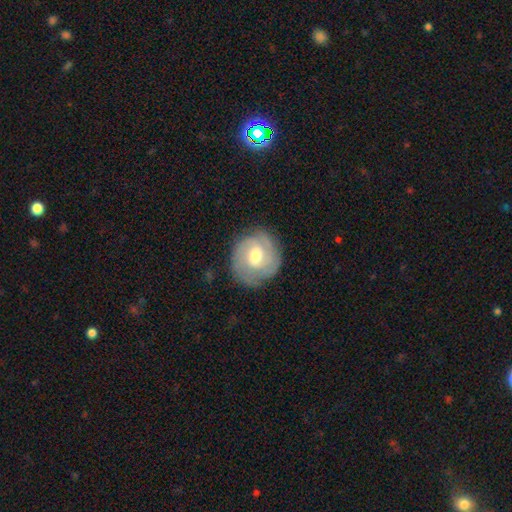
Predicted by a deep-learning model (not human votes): smooth_or_featured: featured or disk (p=0.70) [alt: smooth p=0.24]
disk_edge_on: no (p=0.97) [alt: yes p=0.03]
bar: weak (p=0.51) [alt: no p=0.37]
has_spiral_arms: yes (p=0.88) [alt: no p=0.12]
spiral_winding: tight (p=0.61) [alt: medium p=0.31]
spiral_arm_count: 2 (p=0.47) [alt: can't tell p=0.26]
bulge_size: moderate (p=0.68) [alt: small p=0.23]
merging: none (p=0.78) [alt: minor disturbance p=0.15]